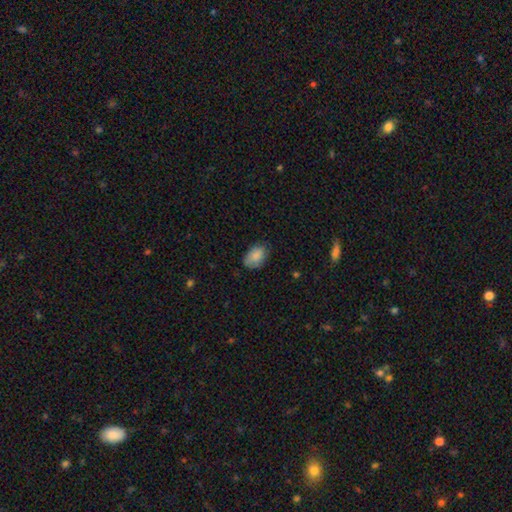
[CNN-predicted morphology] smooth 86%, star or artifact 7%, featured or disk 7%. Down the decision tree: how rounded — in between (89%); merging — none (70%).